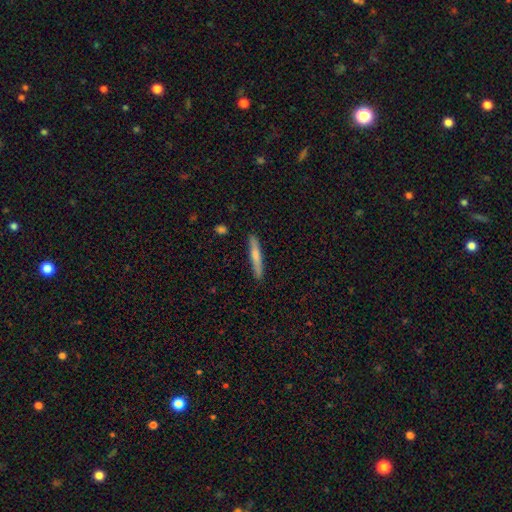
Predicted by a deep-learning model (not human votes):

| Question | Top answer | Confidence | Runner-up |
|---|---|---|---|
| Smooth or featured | smooth | 61% | featured or disk (33%) |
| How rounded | cigar-shaped | 94% | in between (4%) |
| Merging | none | 88% | minor disturbance (9%) |